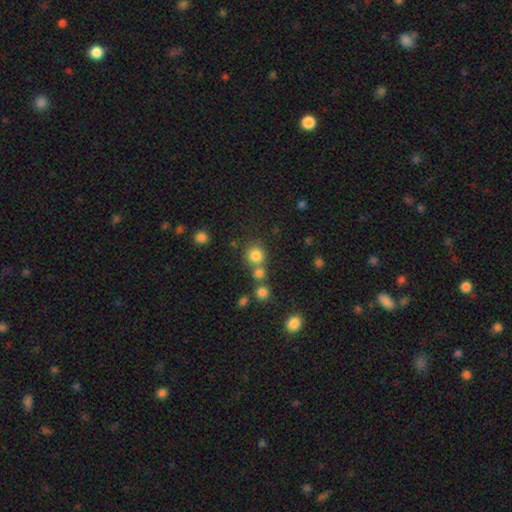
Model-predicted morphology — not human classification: Q: Smooth or featured?
A: smooth (80%); runner-up: star or artifact (14%)
Q: How rounded?
A: round (89%); runner-up: in between (10%)
Q: Merging?
A: none (62%); runner-up: merger (27%)